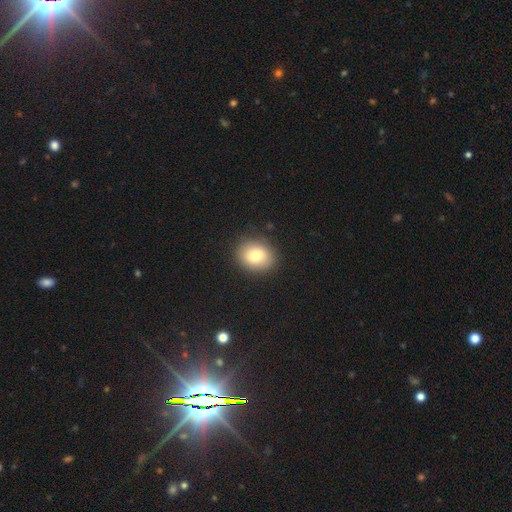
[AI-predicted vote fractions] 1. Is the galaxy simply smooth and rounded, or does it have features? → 78% smooth, 12% featured or disk, 9% star or artifact.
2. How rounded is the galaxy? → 56% round, 43% in between, 1% cigar-shaped.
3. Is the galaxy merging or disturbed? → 87% none, 9% minor disturbance, 3% major disturbance, 1% merger.